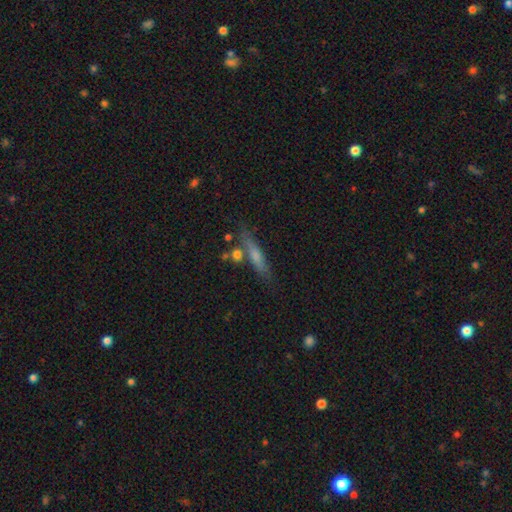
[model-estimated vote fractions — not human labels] Overall: smooth (58%; featured or disk 34%). How rounded: cigar-shaped (82%). Merging: none (69%).